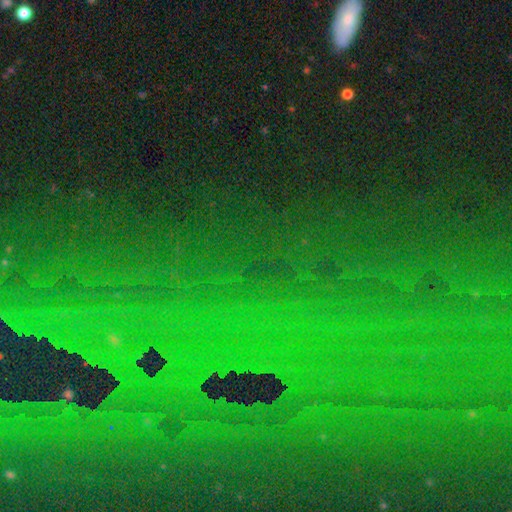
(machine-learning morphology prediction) This appears to be a star or artifact, not a galaxy (79%).